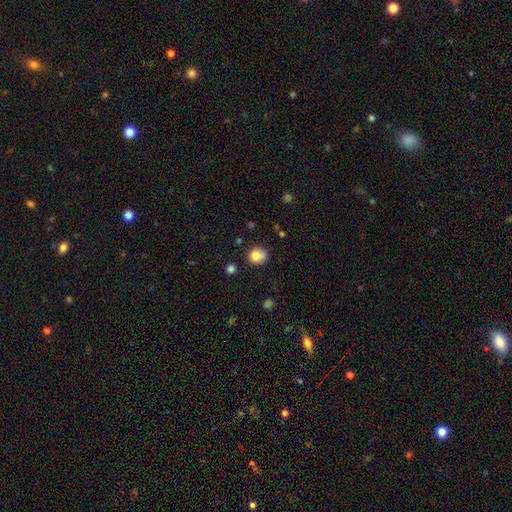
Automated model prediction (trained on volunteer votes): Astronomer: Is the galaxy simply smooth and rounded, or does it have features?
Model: smooth — 82%.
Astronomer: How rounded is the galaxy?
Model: round — 75%.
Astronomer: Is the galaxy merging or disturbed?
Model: none — 75%.